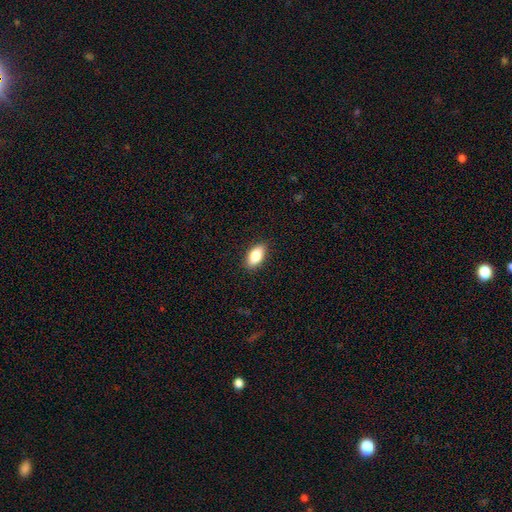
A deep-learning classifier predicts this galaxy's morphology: Smooth or featured: smooth — 83% (featured or disk — 9%)
How rounded: in between — 91% (cigar-shaped — 5%)
Merging: none — 89% (minor disturbance — 8%)